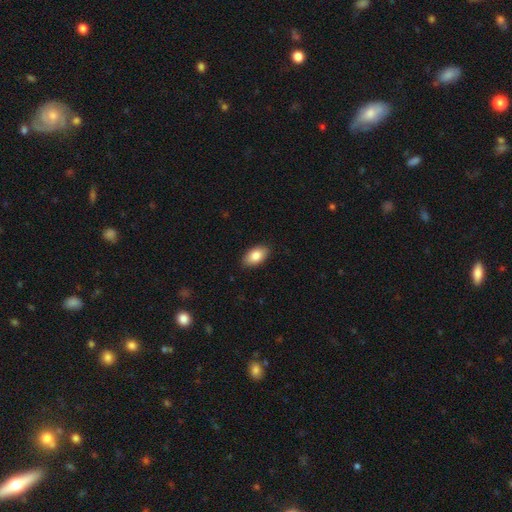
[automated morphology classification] This is clearly a smooth galaxy (84%). How rounded: clearly in between (94%). Merging: clearly none (88%).